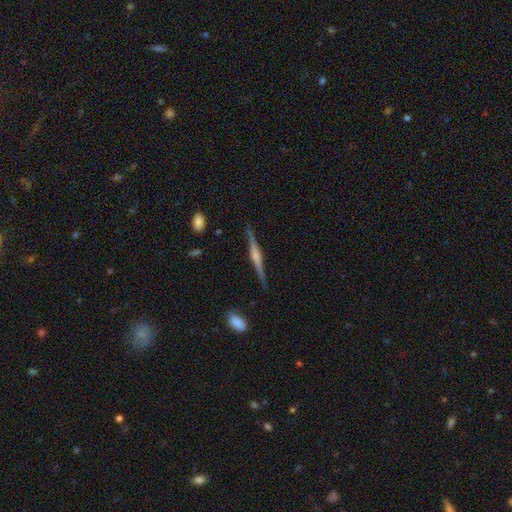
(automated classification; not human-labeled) featured or disk 80%, smooth 14%, star or artifact 6%. Down the decision tree: edge-on disk — yes (98%); edge-on bulge — rounded (75%); merging — none (89%).